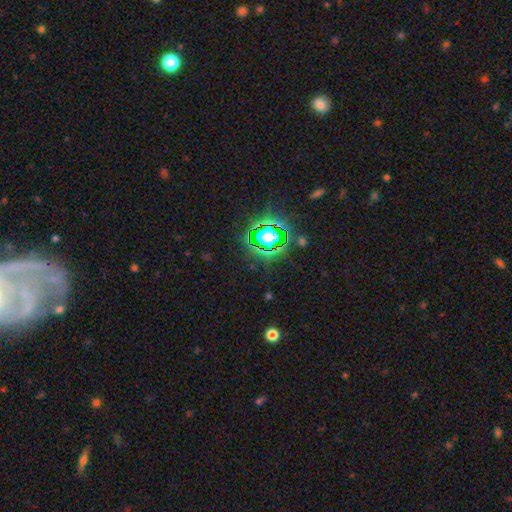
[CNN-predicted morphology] Smooth or featured? Predicted: star or artifact (p=0.57).